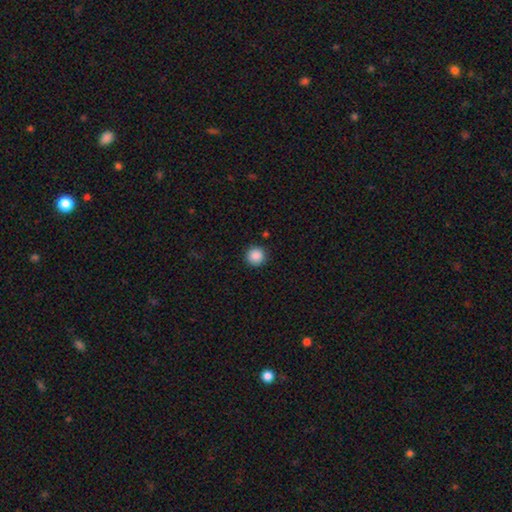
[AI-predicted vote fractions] A smooth galaxy with no disk features (88%) that is round (95%). Merging: none (91%).